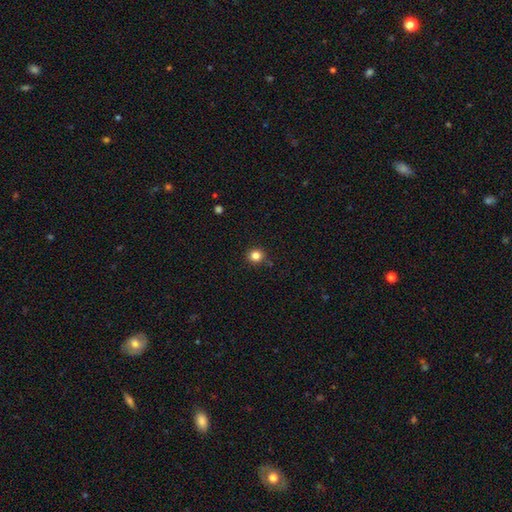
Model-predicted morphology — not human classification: Smooth or featured? Predicted: smooth (p=0.82). How rounded? Predicted: round (p=0.90). Merging? Predicted: none (p=0.88).